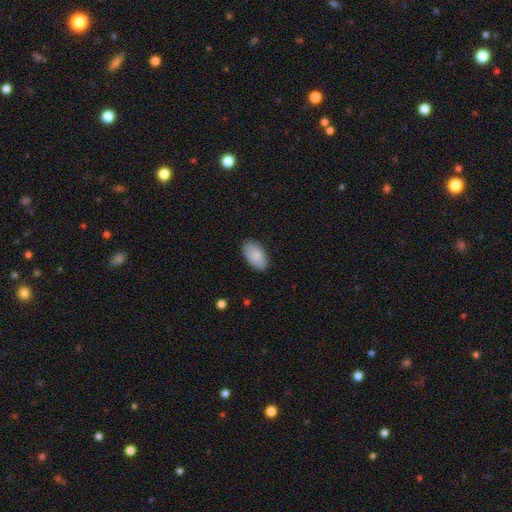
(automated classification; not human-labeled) Smooth or featured? smooth (86%)
How rounded? in between (95%)
Merging? none (85%)